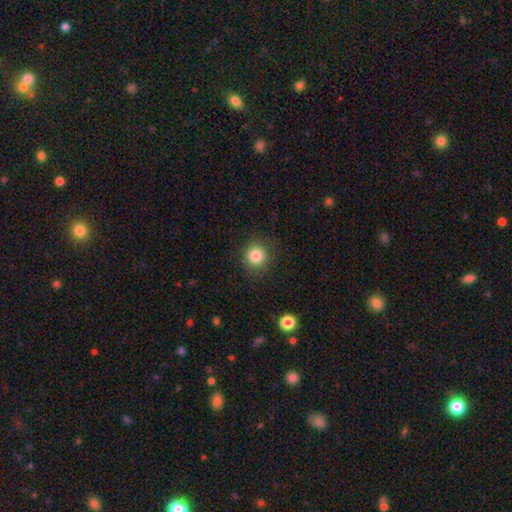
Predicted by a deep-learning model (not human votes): This appears to be a smooth galaxy with no disk features (84%) that is round (91%). Merging: none (88%).